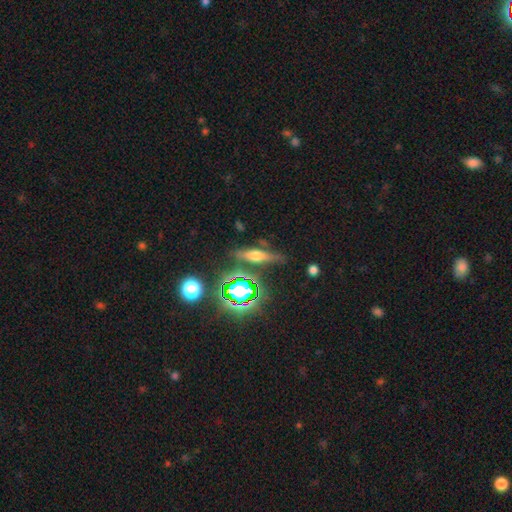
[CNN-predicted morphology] This appears to be a featured or disk galaxy (46%). Merging: none (78%).